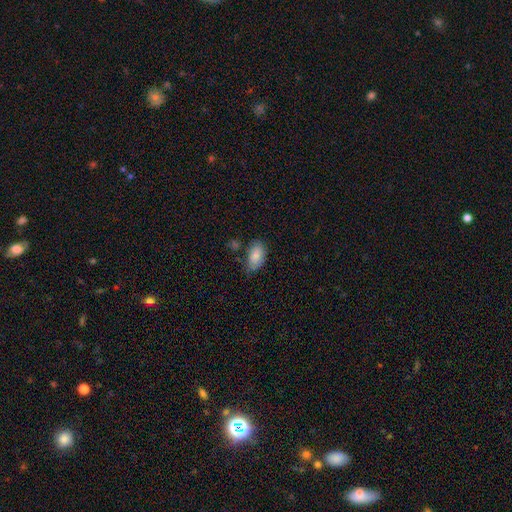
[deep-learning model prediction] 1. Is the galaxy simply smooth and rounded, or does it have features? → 84% smooth, 10% featured or disk, 7% star or artifact.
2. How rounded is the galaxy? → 94% in between, 5% round, 2% cigar-shaped.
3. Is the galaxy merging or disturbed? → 64% none, 25% minor disturbance, 6% major disturbance, 5% merger.